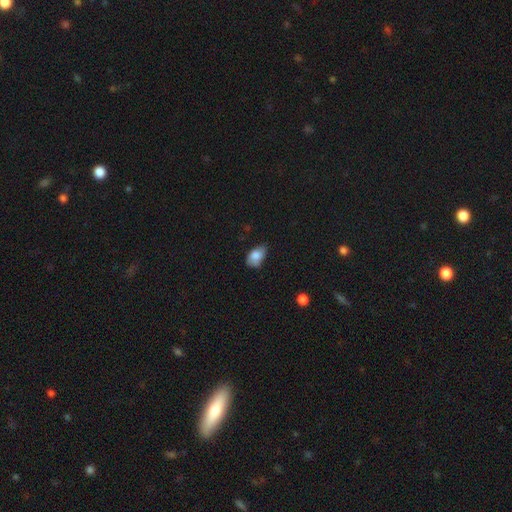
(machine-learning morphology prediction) Smooth or featured?
  - smooth: 81% *
  - featured or disk: 11%
  - star or artifact: 8%
How rounded?
  - in between: 87% *
  - round: 11%
  - cigar-shaped: 1%
Merging?
  - none: 56% *
  - minor disturbance: 36%
  - major disturbance: 6%
  - merger: 2%